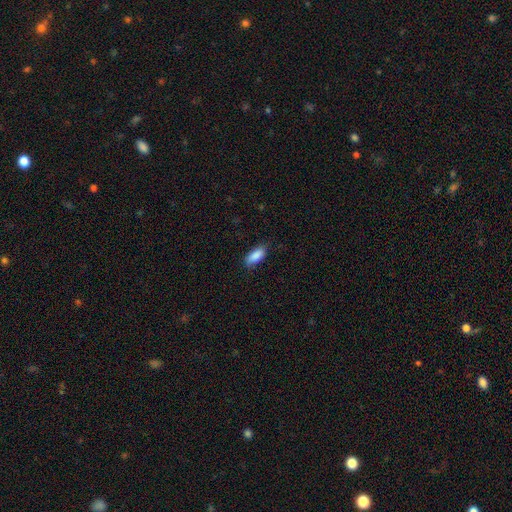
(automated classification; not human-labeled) Smooth or featured? smooth (88%)
How rounded? in between (84%)
Merging? none (78%)